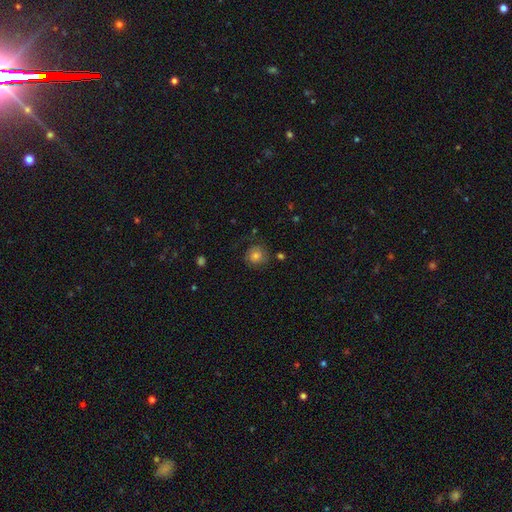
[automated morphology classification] Smooth or featured?
  - smooth: 69% *
  - featured or disk: 20%
  - star or artifact: 12%
How rounded?
  - round: 86% *
  - in between: 13%
  - cigar-shaped: 1%
Merging?
  - none: 74% *
  - minor disturbance: 17%
  - major disturbance: 8%
  - merger: 2%